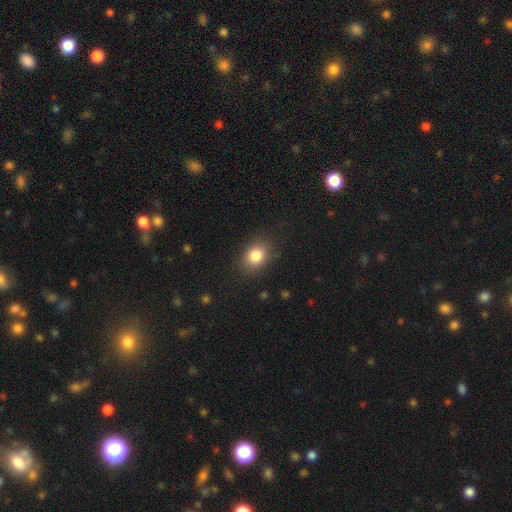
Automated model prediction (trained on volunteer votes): smooth 84%, star or artifact 10%, featured or disk 6%. Down the decision tree: how rounded — in between (55%); merging — none (82%).